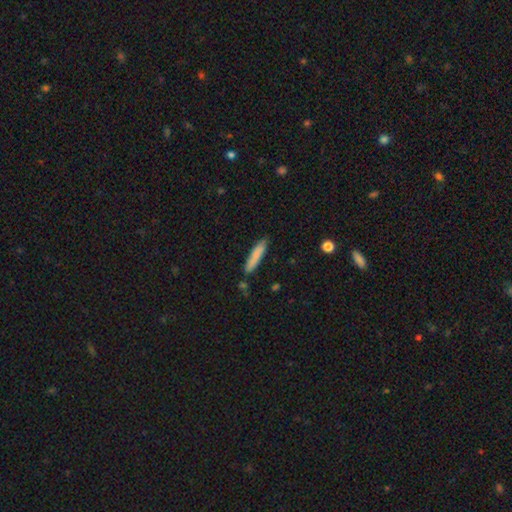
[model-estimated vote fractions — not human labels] Smooth or featured: smooth — 80% (featured or disk — 14%)
How rounded: cigar-shaped — 89% (in between — 10%)
Merging: none — 81% (minor disturbance — 13%)